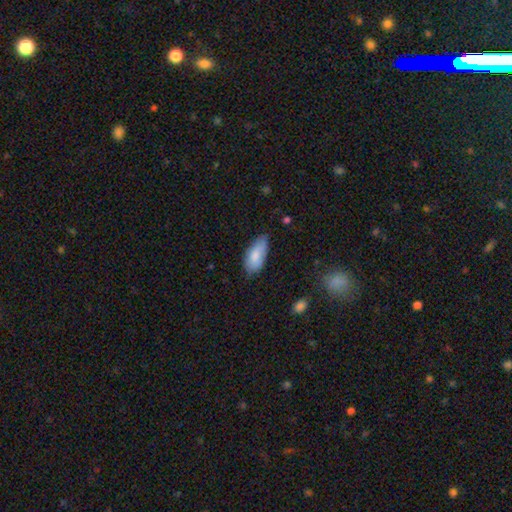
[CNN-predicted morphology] Smooth or featured?
  - smooth: 82% *
  - featured or disk: 12%
  - star or artifact: 6%
How rounded?
  - in between: 92% *
  - cigar-shaped: 6%
  - round: 2%
Merging?
  - none: 59% *
  - minor disturbance: 33%
  - major disturbance: 6%
  - merger: 2%